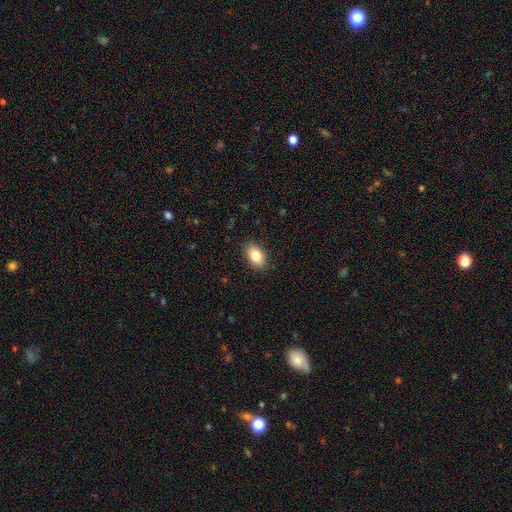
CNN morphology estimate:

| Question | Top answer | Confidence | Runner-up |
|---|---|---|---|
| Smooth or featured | smooth | 84% | star or artifact (8%) |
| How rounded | in between | 88% | round (10%) |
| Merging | none | 88% | minor disturbance (9%) |